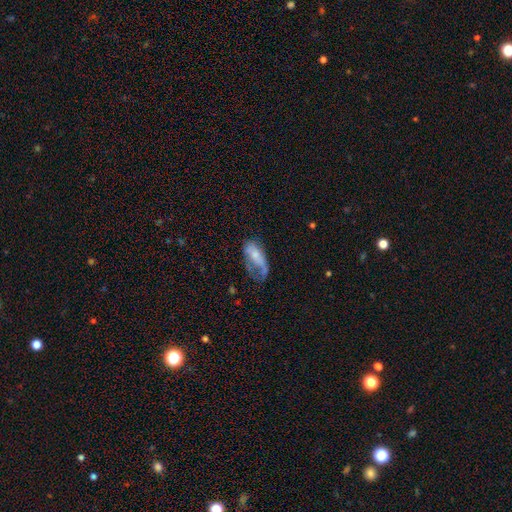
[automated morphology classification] A smooth galaxy with no disk features (55%) that is in between round and cigar-shaped (86%). Merging: major disturbance (44%).